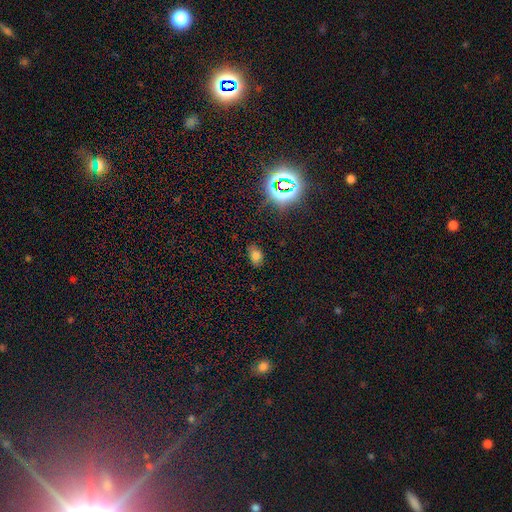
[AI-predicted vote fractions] Smooth or featured?
  - smooth: 73% *
  - star or artifact: 19%
  - featured or disk: 9%
How rounded?
  - in between: 78% *
  - round: 21%
  - cigar-shaped: 1%
Merging?
  - none: 83% *
  - minor disturbance: 13%
  - major disturbance: 3%
  - merger: 1%